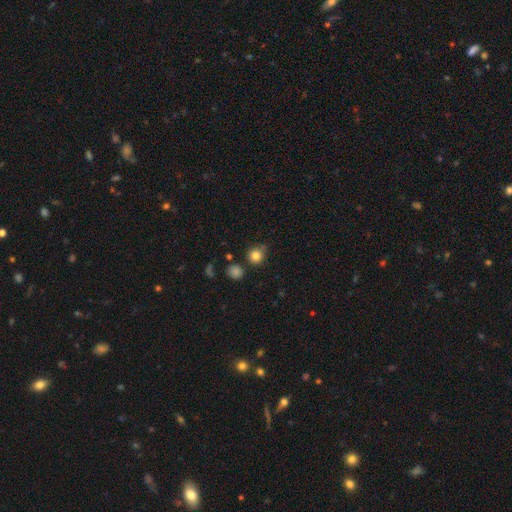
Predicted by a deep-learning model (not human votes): Morphology: type=smooth (82%); roundness=round (88%); merging=none (72%).